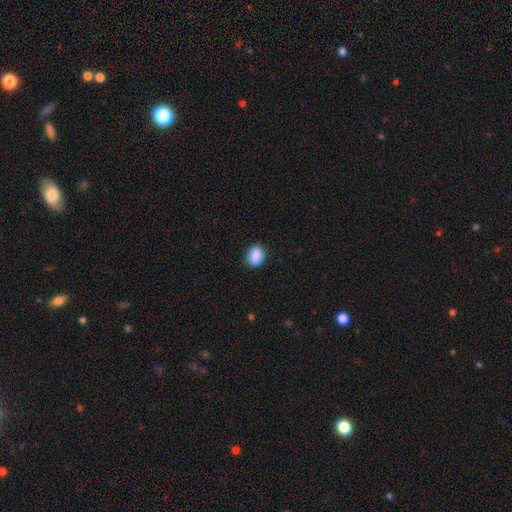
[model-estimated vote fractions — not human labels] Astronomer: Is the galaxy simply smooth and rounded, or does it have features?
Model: smooth — 89%.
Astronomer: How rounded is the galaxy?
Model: in between — 53% (runner-up: round, 46%).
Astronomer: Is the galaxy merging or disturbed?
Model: none — 87%.